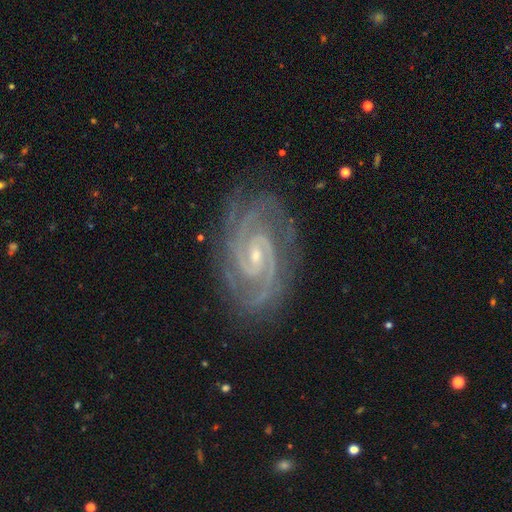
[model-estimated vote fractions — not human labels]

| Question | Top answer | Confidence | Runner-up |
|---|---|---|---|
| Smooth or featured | featured or disk | 92% | star or artifact (5%) |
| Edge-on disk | no | 97% | yes (3%) |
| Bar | weak | 43% | no (37%) |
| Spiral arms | yes | 99% | no (1%) |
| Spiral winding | tight | 67% | medium (30%) |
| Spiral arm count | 2 | 62% | 3 (16%) |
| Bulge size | small | 75% | moderate (21%) |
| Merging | none | 81% | minor disturbance (13%) |